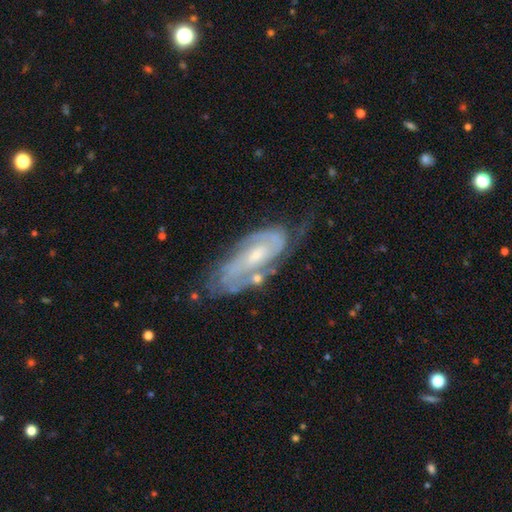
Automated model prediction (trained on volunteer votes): Morphology: type=featured or disk (82%); edge-on=no (91%); bar=no (53%); spiral arms=yes (92%); winding=tight (55%); arm count=2 (55%); bulge=small (50%); merging=none (57%).